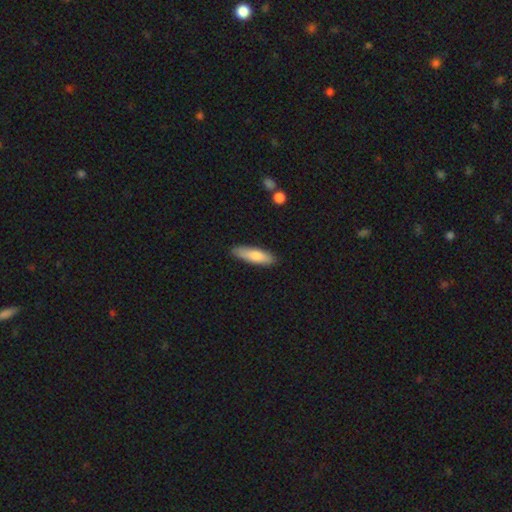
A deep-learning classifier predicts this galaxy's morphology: Smooth or featured? smooth (76%)
How rounded? cigar-shaped (61%)
Merging? none (87%)